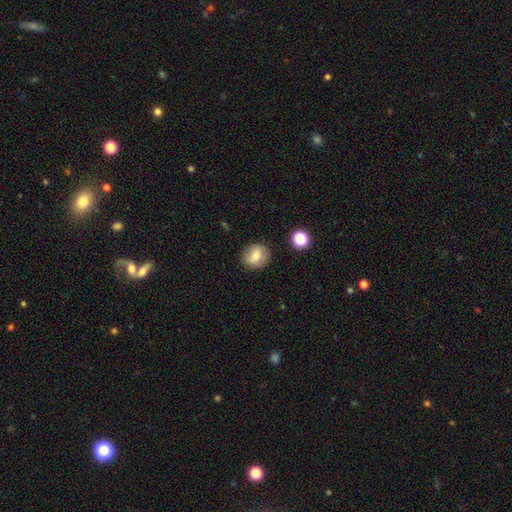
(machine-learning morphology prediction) Overall: smooth (72%). How rounded: round (73%). Merging: none (85%).